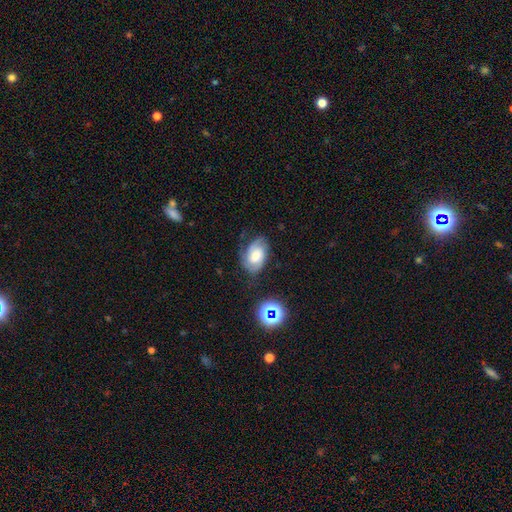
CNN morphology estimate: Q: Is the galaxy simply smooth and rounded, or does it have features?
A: featured or disk — 62%.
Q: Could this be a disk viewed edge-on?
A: no — 97%.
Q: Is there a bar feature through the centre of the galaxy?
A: no — 63%.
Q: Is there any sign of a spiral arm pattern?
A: yes — 92%.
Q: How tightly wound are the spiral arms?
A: tight — 47%.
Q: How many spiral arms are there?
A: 2 — 49%.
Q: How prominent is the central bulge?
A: moderate — 53%.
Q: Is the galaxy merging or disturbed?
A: none — 66%.